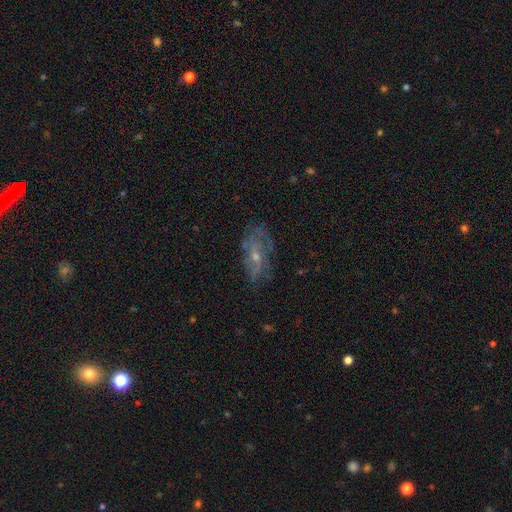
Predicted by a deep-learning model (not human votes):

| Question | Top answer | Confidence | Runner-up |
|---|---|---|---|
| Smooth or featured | featured or disk | 63% | smooth (27%) |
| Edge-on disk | no | 89% | yes (11%) |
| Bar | no | 68% | weak (27%) |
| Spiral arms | yes | 62% | no (38%) |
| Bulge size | small | 56% | moderate (37%) |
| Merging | none | 60% | minor disturbance (23%) |